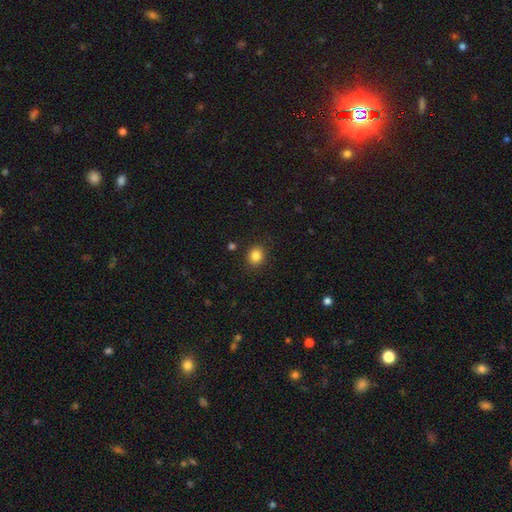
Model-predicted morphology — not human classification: A smooth galaxy with no disk features (85%) that is round (75%). Merging: none (88%).